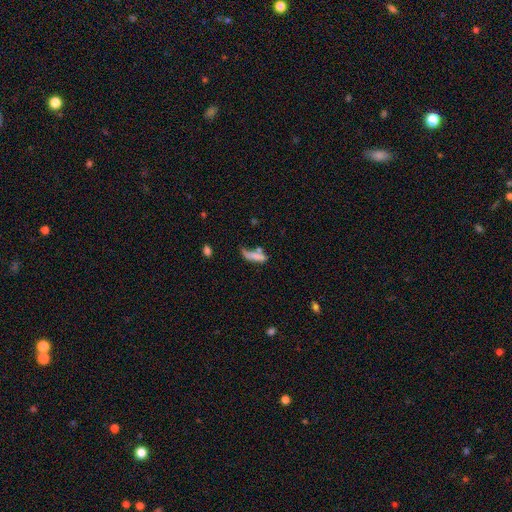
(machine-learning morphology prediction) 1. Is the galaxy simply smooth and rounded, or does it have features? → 72% smooth, 18% featured or disk, 10% star or artifact.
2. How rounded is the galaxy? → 61% cigar-shaped, 36% in between, 3% round.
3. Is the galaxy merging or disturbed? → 36% none, 22% minor disturbance, 22% merger, 20% major disturbance.